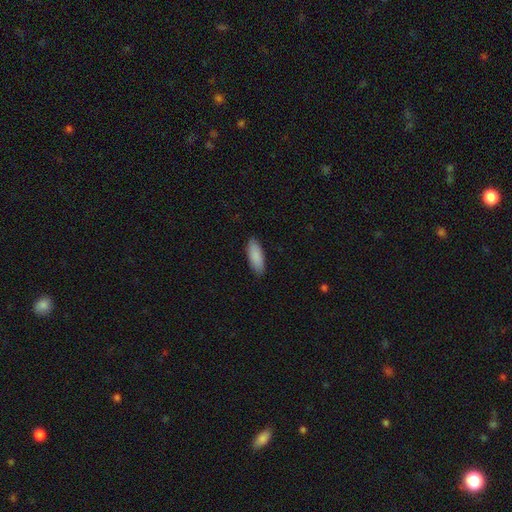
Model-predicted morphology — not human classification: type=smooth (89%); roundness=in between (67%); merging=none (88%).